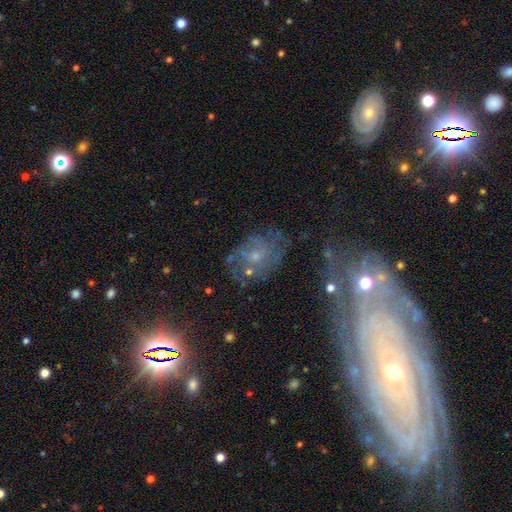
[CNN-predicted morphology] This is possibly a featured or disk galaxy (57%). It is clearly not viewed edge-on (97%). Bar: likely no (77%). Spiral arm pattern: likely yes (60%). Central bulge: possibly small (58%). Merging: possibly none (51%).